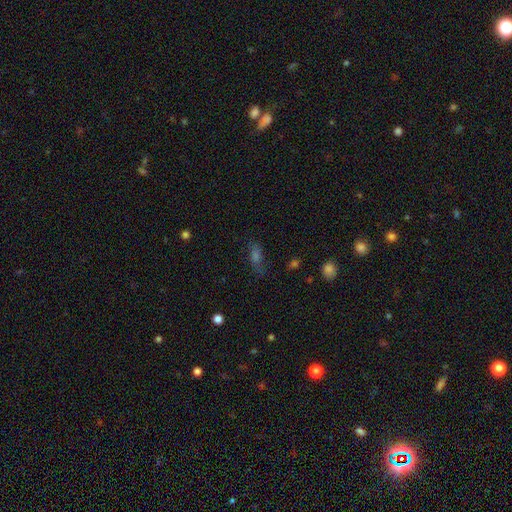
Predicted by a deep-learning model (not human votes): Morphology: type=smooth (45%); merging=none (70%).